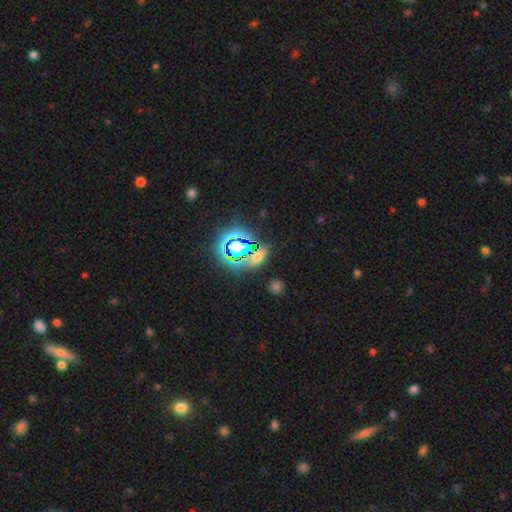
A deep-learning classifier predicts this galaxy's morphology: Overall: star or artifact (69%).